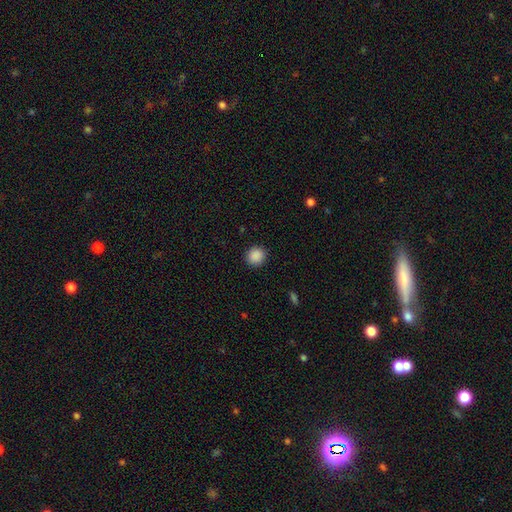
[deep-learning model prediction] Smooth or featured? Predicted: smooth (p=0.89). How rounded? Predicted: round (p=0.87). Merging? Predicted: none (p=0.90).